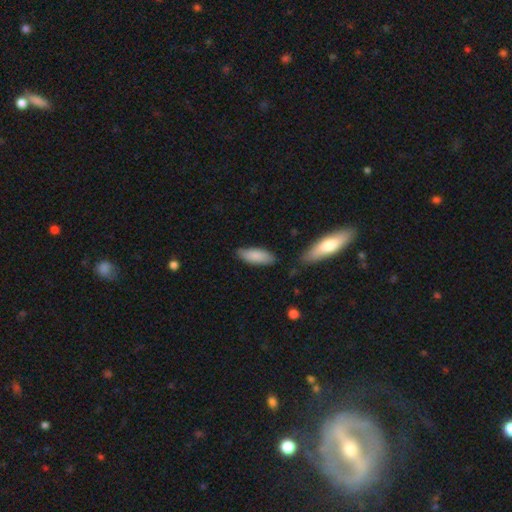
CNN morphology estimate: Smooth or featured? Predicted: smooth (p=0.85). How rounded? Predicted: in between (p=0.72). Merging? Predicted: none (p=0.77).